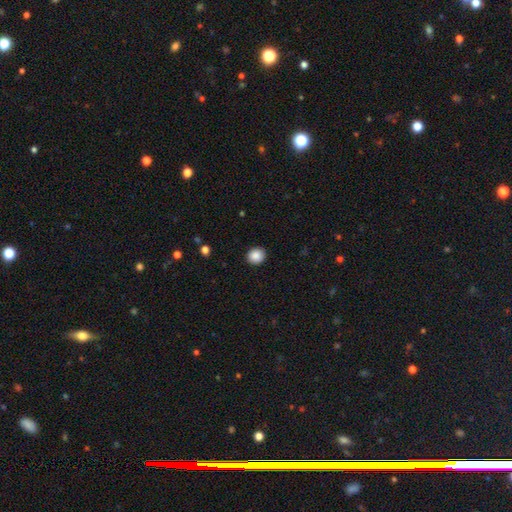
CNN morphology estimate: Overall: smooth (88%). How rounded: round (83%). Merging: none (92%).